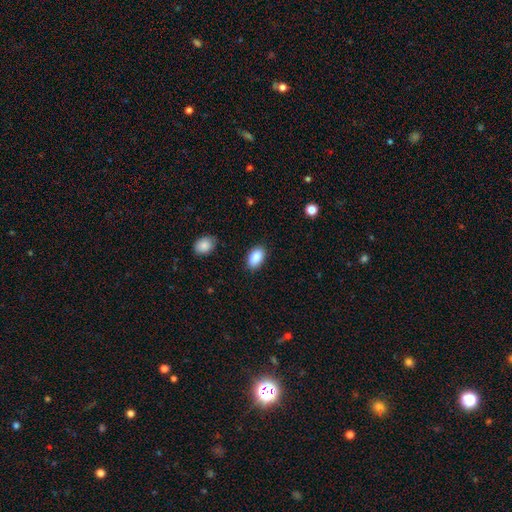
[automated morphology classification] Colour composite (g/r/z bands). It shows a smooth galaxy with no disk features (88%) that is in between round and cigar-shaped (92%). Merging: none (87%).